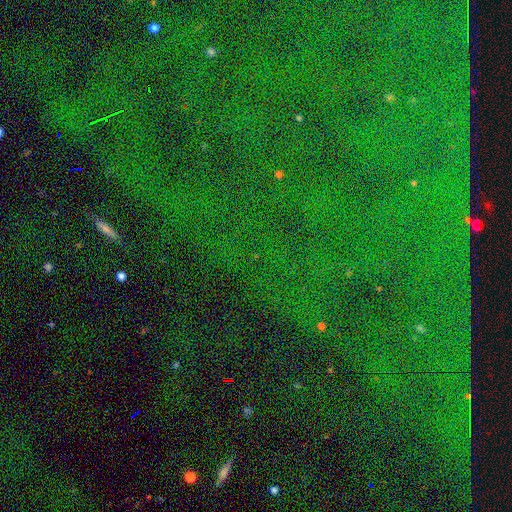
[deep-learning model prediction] Overall: star or artifact (86%).